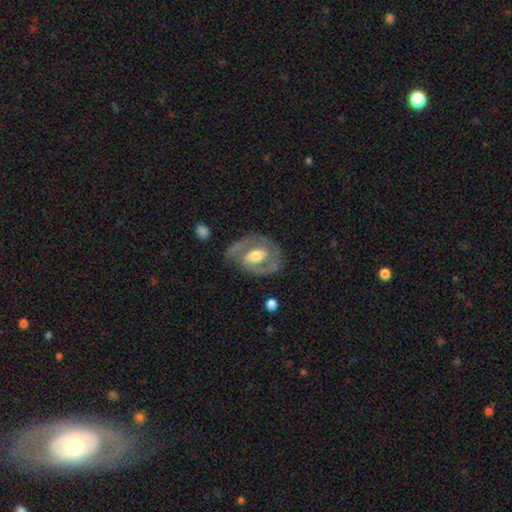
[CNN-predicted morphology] smooth-or-featured: featured or disk: 79% | smooth: 16% | star or artifact: 5%
  disk-edge-on: no: 96% | yes: 4%
    bar: weak: 45% | no: 31% | strong: 24%
    has-spiral-arms: yes: 83% | no: 17%
      spiral-winding: medium: 48% | tight: 38% | loose: 14%
      spiral-arm-count: 2: 77% | 1: 9% | can't tell: 9% | 3: 3% | 4: 1% | more than 4: 1%
    bulge-size: moderate: 66% | large: 16% | small: 15% | none: 2% | dominant: 1%
  merging: none: 66% | minor disturbance: 20% | major disturbance: 11% | merger: 3%